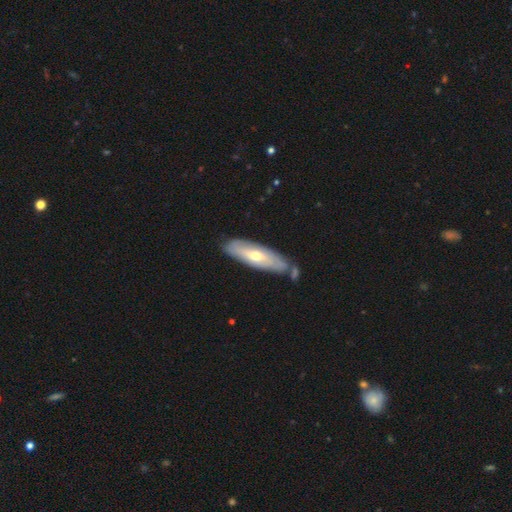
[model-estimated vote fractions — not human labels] The model was most divided on "smooth or featured": featured or disk: 52%, smooth: 43%, star or artifact: 5%. More confident: merging — none (71%); edge-on disk — no (60%).